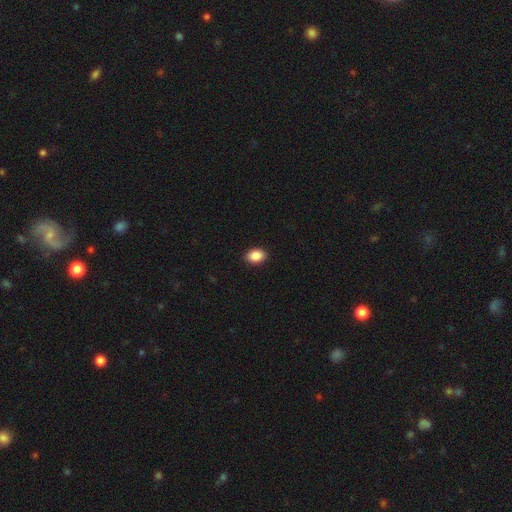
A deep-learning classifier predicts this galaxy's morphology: The model was most divided on "how rounded": in between: 77%, round: 22%, cigar-shaped: 1%. More confident: merging — none (91%); smooth or featured — smooth (88%).